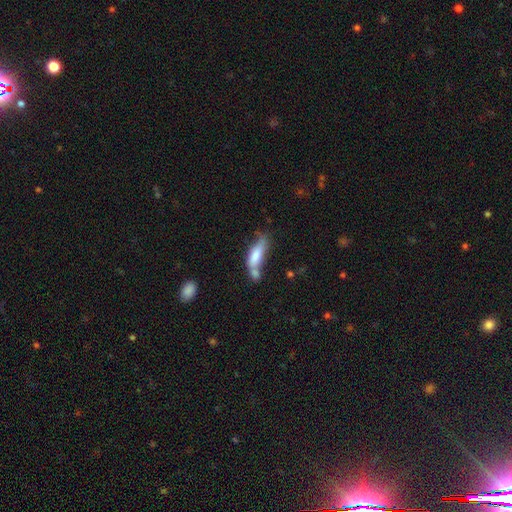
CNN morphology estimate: Smooth or featured: smooth — 71% (featured or disk — 22%)
How rounded: in between — 55% (cigar-shaped — 43%)
Merging: merger — 40% (none — 29%)